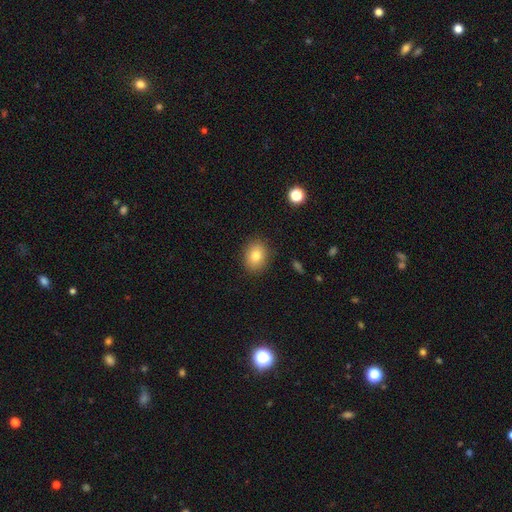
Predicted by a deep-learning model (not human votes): A smooth galaxy with no disk features (80%) that is in between round and cigar-shaped (53%).

Vote fractions:
- Smooth or featured? smooth: 80% / featured or disk: 10% / star or artifact: 10%
- How rounded? in between: 53% / round: 46% / cigar-shaped: 1%
- Merging? none: 87% / minor disturbance: 9% / major disturbance: 2% / merger: 1%